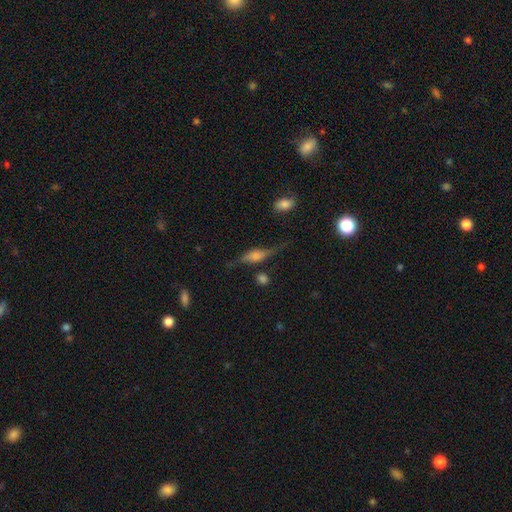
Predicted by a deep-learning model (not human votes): featured or disk 58%, smooth 32%, star or artifact 10%. Down the decision tree: edge-on disk — yes (85%); merging — none (62%).